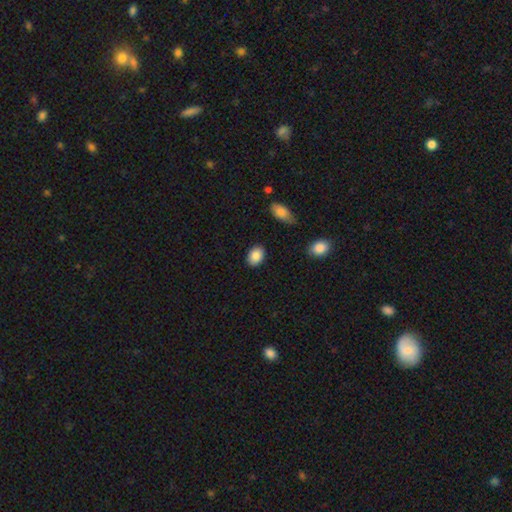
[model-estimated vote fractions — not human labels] A smooth galaxy with no disk features (87%) that is in between round and cigar-shaped (71%).

Vote fractions:
- Smooth or featured? smooth: 87% / star or artifact: 8% / featured or disk: 5%
- How rounded? in between: 71% / round: 28% / cigar-shaped: 1%
- Merging? none: 87% / minor disturbance: 9% / major disturbance: 2% / merger: 2%